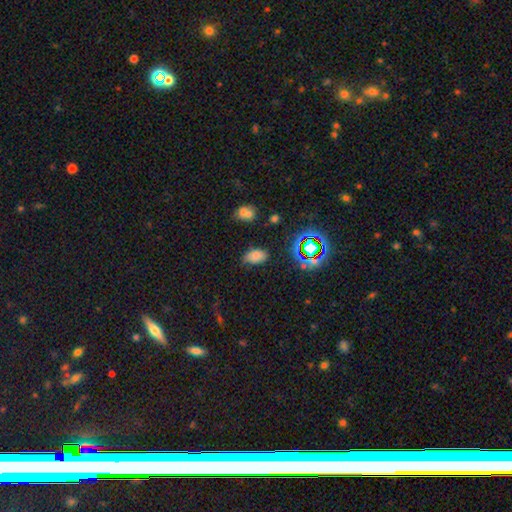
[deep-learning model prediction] A smooth galaxy with no disk features (70%) that is in between round and cigar-shaped (91%).

Vote fractions:
- Smooth or featured? smooth: 70% / star or artifact: 20% / featured or disk: 10%
- How rounded? in between: 91% / round: 7% / cigar-shaped: 2%
- Merging? none: 68% / minor disturbance: 22% / major disturbance: 6% / merger: 4%